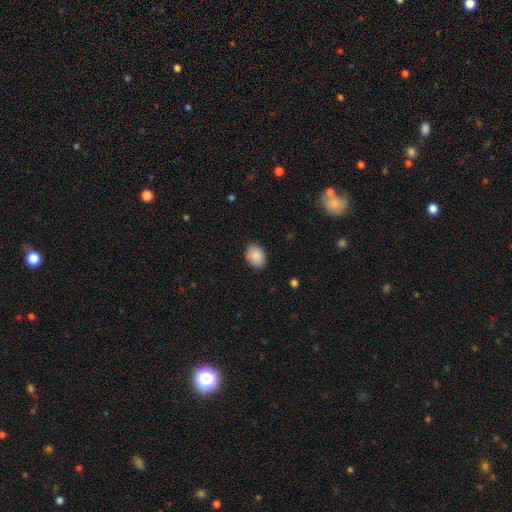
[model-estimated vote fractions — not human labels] The model was most divided on "how rounded": in between: 72%, round: 27%, cigar-shaped: 1%. More confident: smooth or featured — smooth (89%); merging — none (84%).